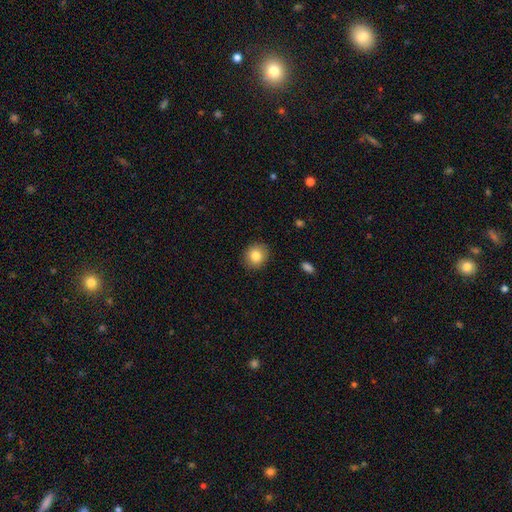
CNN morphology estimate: smooth 83%, star or artifact 9%, featured or disk 8%. Down the decision tree: how rounded — round (79%); merging — none (90%).